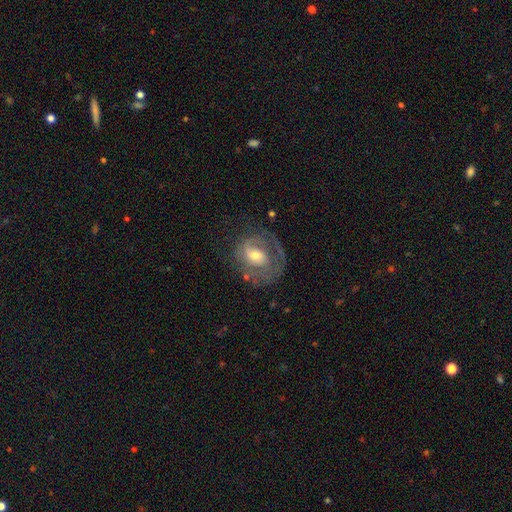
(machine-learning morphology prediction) This is likely a featured or disk galaxy (74%). It is clearly not viewed edge-on (97%). Bar: possibly no (48%). Spiral arm pattern: clearly yes (80%). Spiral arm count: marginally 1 (35%, tied with 2). Spiral winding: possibly tight (47%). Central bulge: possibly moderate (56%). Merging: possibly none (54%).